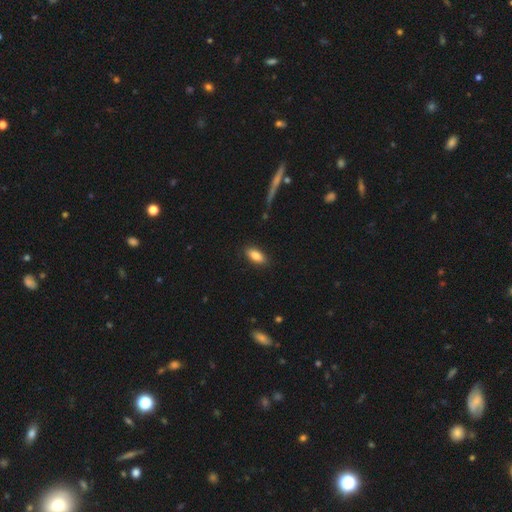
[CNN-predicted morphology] Smooth or featured?
  - smooth: 83% *
  - featured or disk: 10%
  - star or artifact: 7%
How rounded?
  - in between: 83% *
  - cigar-shaped: 15%
  - round: 3%
Merging?
  - none: 87% *
  - minor disturbance: 9%
  - major disturbance: 2%
  - merger: 1%